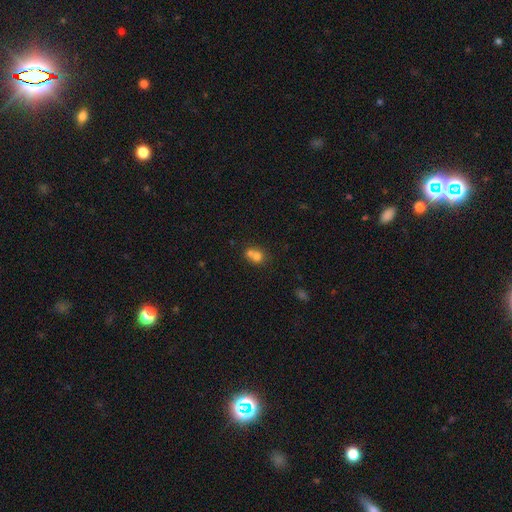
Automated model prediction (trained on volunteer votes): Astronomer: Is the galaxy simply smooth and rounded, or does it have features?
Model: smooth — 70%.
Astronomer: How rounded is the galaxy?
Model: round — 74%.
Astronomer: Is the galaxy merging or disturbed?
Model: merger — 62%.